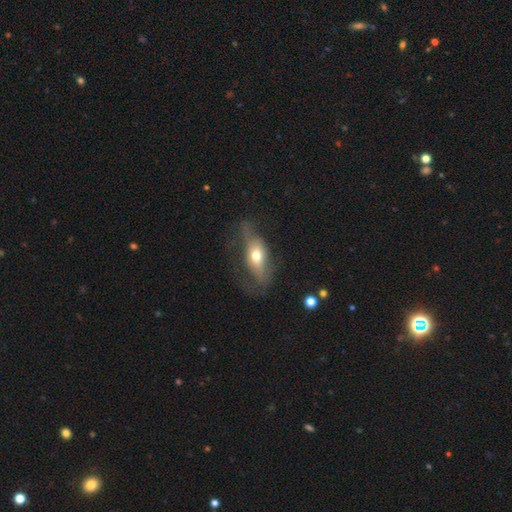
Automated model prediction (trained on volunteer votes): This appears to be a smooth galaxy with no disk features (50%) that is in between round and cigar-shaped (74%). Merging: none (41%).